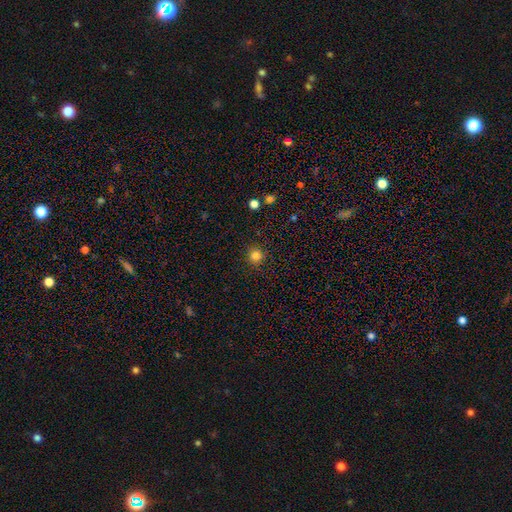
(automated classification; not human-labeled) The model was most divided on "smooth or featured": smooth: 82%, star or artifact: 13%, featured or disk: 5%. More confident: how rounded — round (95%); merging — none (91%).